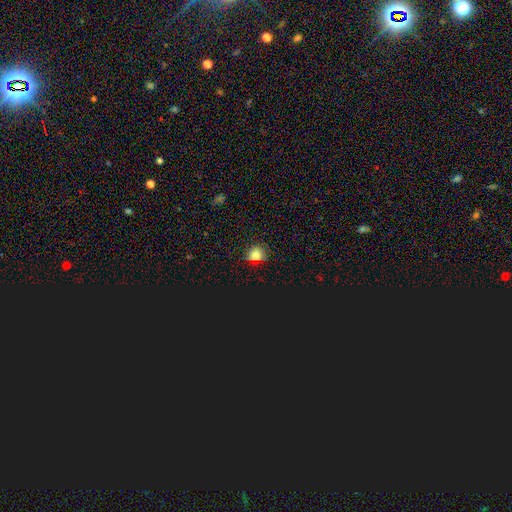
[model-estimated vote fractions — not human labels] The model was most divided on "smooth or featured": smooth: 68%, star or artifact: 27%, featured or disk: 6%. More confident: merging — none (83%); how rounded — round (80%).